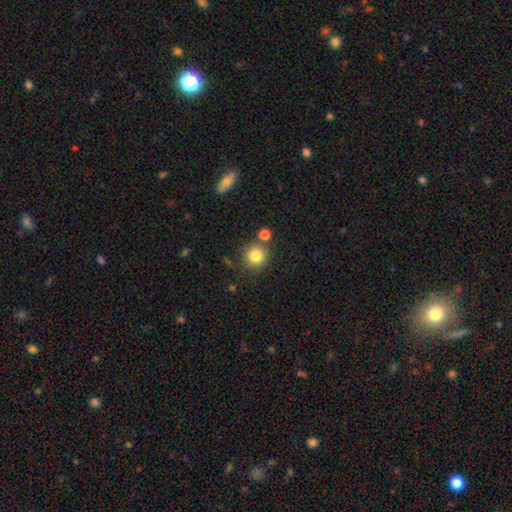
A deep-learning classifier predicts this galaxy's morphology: smooth 82%, star or artifact 11%, featured or disk 7%. Down the decision tree: how rounded — round (92%); merging — none (75%).